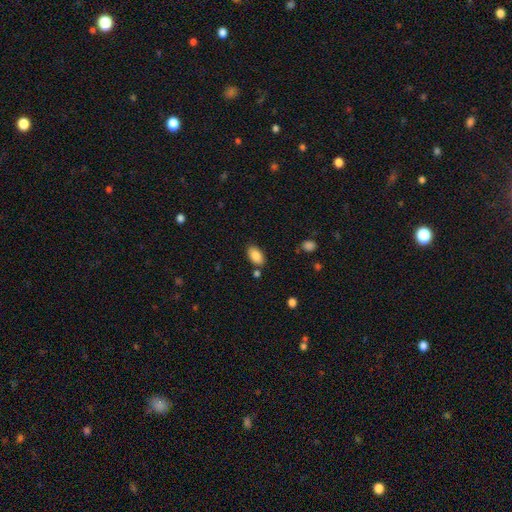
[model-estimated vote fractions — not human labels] A smooth galaxy with no disk features (86%) that is in between round and cigar-shaped (93%). Merging: none (81%).